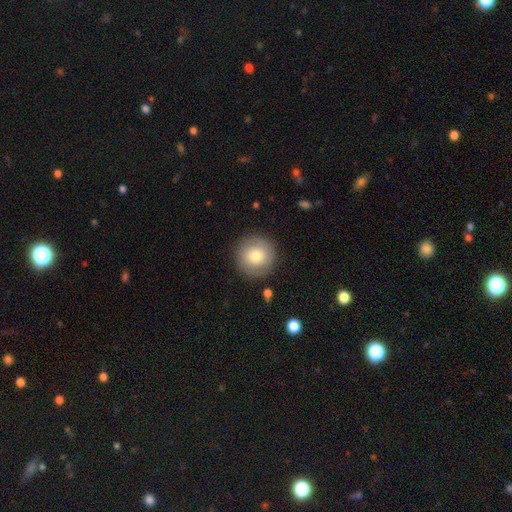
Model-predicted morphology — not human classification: smooth_or_featured: smooth (p=0.74) [alt: featured or disk p=0.18]
how_rounded: round (p=0.96) [alt: in between p=0.03]
merging: none (p=0.88) [alt: minor disturbance p=0.08]